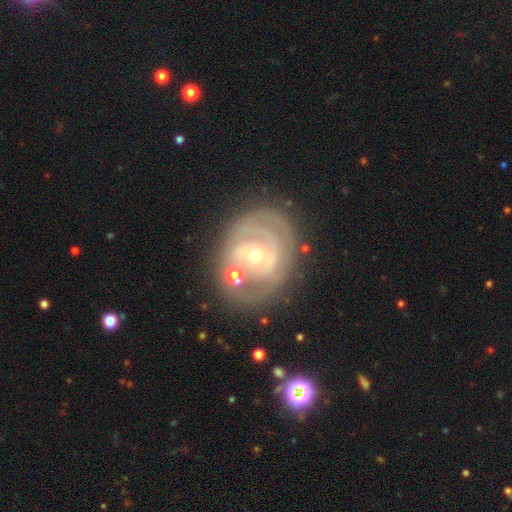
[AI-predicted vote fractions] smooth-or-featured: featured or disk: 81% | smooth: 12% | star or artifact: 6%
  disk-edge-on: no: 97% | yes: 3%
    bar: no: 46% | weak: 38% | strong: 16%
    has-spiral-arms: yes: 81% | no: 19%
      spiral-winding: tight: 62% | medium: 29% | loose: 9%
      spiral-arm-count: 2: 43% | can't tell: 30% | 3: 15% | 1: 6% | 4: 4% | more than 4: 3%
    bulge-size: moderate: 51% | small: 45% | large: 2% | none: 1% | dominant: 1%
  merging: none: 65% | minor disturbance: 17% | merger: 10% | major disturbance: 8%